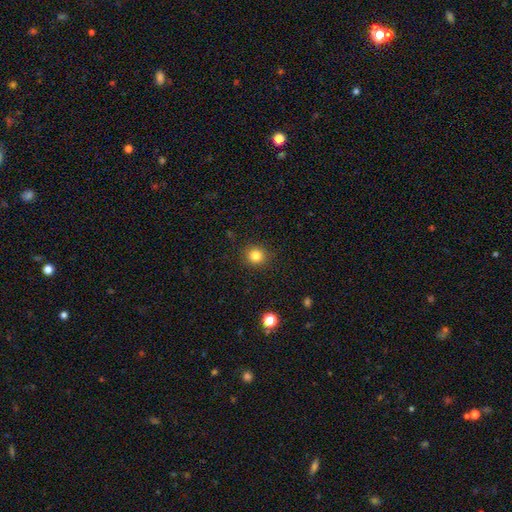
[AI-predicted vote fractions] The model was most divided on "smooth or featured": smooth: 83%, star or artifact: 12%, featured or disk: 5%. More confident: merging — none (90%); how rounded — round (89%).